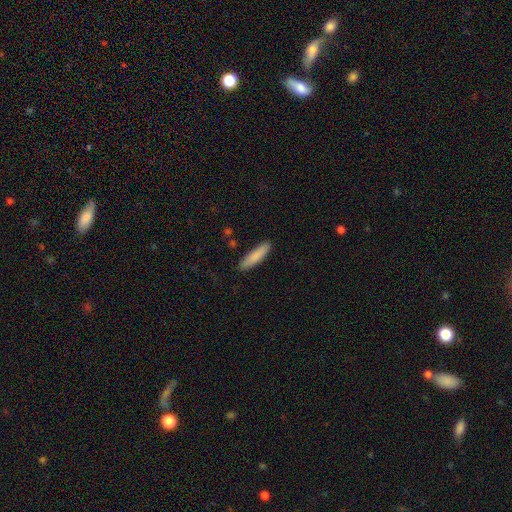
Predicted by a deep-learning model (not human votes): smooth_or_featured: smooth (p=0.85) [alt: featured or disk p=0.09]
how_rounded: cigar-shaped (p=0.80) [alt: in between p=0.19]
merging: none (p=0.87) [alt: minor disturbance p=0.10]